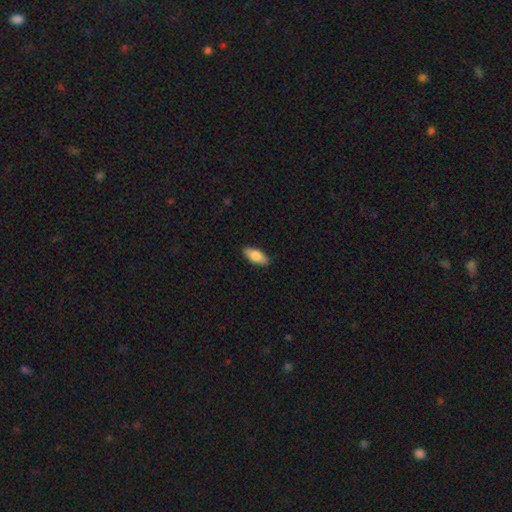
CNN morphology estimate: Smooth or featured?
  - smooth: 80% *
  - featured or disk: 14%
  - star or artifact: 6%
How rounded?
  - in between: 80% *
  - cigar-shaped: 17%
  - round: 2%
Merging?
  - none: 88% *
  - minor disturbance: 9%
  - major disturbance: 2%
  - merger: 1%